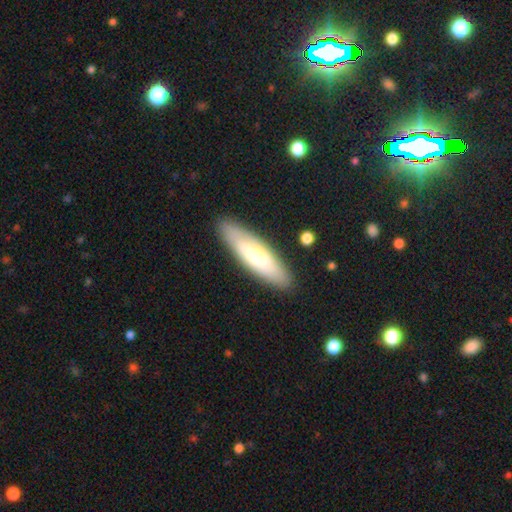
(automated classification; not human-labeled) Smooth or featured: smooth — 56% (featured or disk — 37%)
How rounded: cigar-shaped — 63% (in between — 36%)
Merging: none — 89% (minor disturbance — 8%)